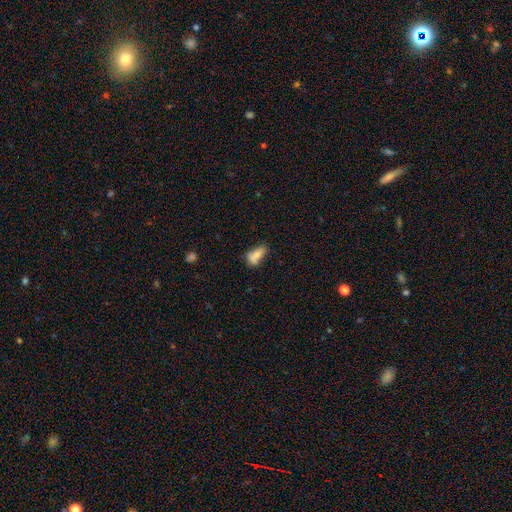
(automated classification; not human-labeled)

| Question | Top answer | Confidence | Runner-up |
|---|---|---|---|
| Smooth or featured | smooth | 70% | featured or disk (20%) |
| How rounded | in between | 82% | cigar-shaped (10%) |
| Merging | none | 34% | merger (30%) |